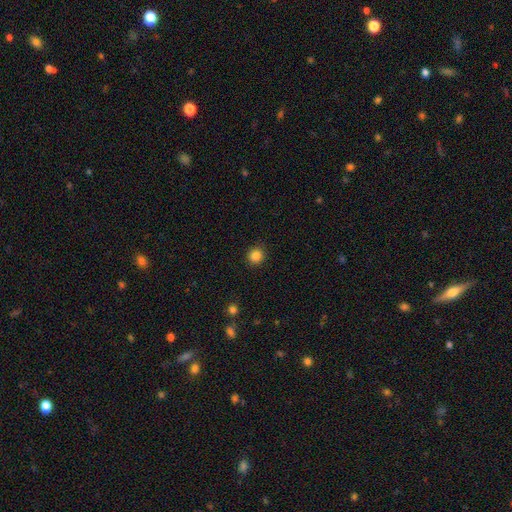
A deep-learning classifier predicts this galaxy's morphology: smooth-or-featured: smooth: 85% | star or artifact: 11% | featured or disk: 4%
  how-rounded: round: 92% | in between: 7% | cigar-shaped: 1%
  merging: none: 91% | minor disturbance: 6% | major disturbance: 2% | merger: 1%